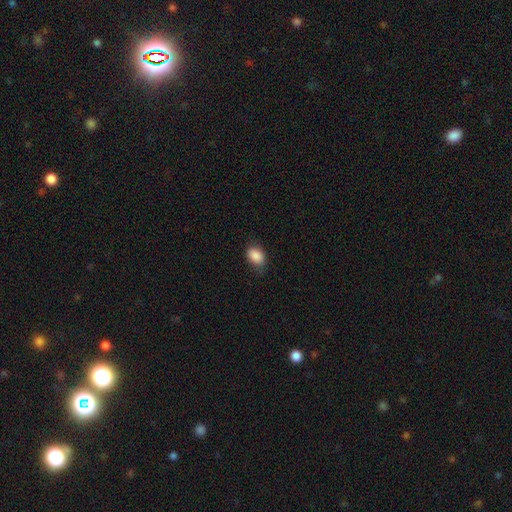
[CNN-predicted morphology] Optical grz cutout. It shows a smooth galaxy with no disk features (88%) that is in between round and cigar-shaped (83%). Merging: none (77%).